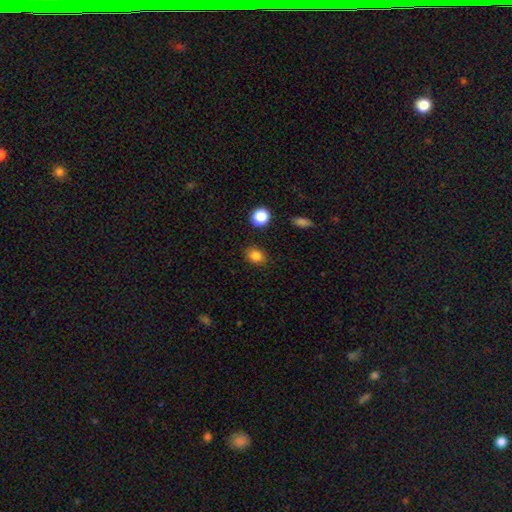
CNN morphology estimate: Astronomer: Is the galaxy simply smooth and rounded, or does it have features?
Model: smooth — 84%.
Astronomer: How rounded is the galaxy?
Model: in between — 51% (runner-up: round, 48%).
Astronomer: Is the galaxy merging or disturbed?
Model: none — 87%.